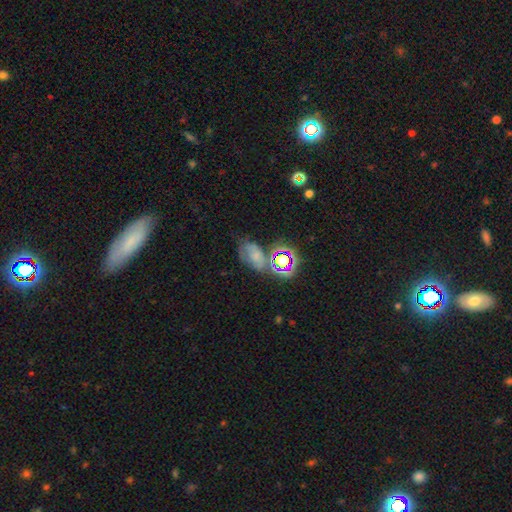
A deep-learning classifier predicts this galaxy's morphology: A smooth galaxy with no disk features (46%).

Vote fractions:
- Smooth or featured? smooth: 46% / star or artifact: 29% / featured or disk: 26%
- Merging? none: 46% / minor disturbance: 24% / merger: 16% / major disturbance: 14%